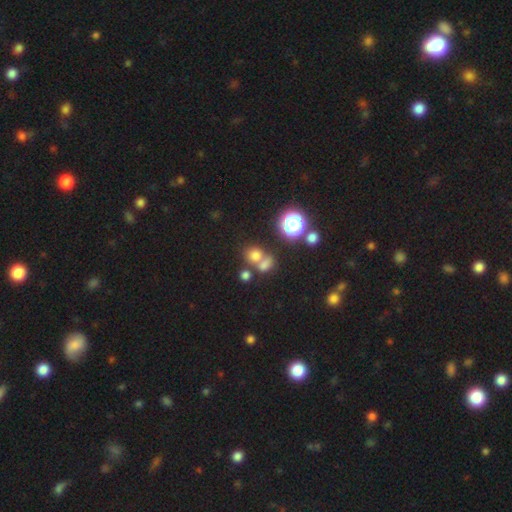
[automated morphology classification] smooth 68%, star or artifact 23%, featured or disk 9%. Down the decision tree: how rounded — round (74%); merging — none (47%).